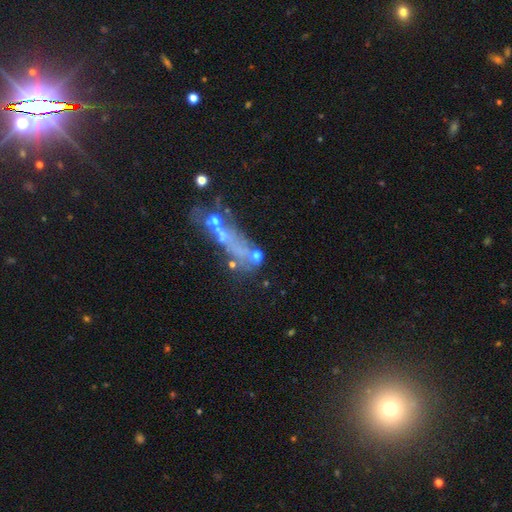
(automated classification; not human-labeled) A smooth galaxy with no disk features (40%).

Vote fractions:
- Smooth or featured? smooth: 40% / featured or disk: 34% / star or artifact: 26%
- Merging? none: 32% (tied) / merger: 32% (tied) / major disturbance: 22% / minor disturbance: 13%